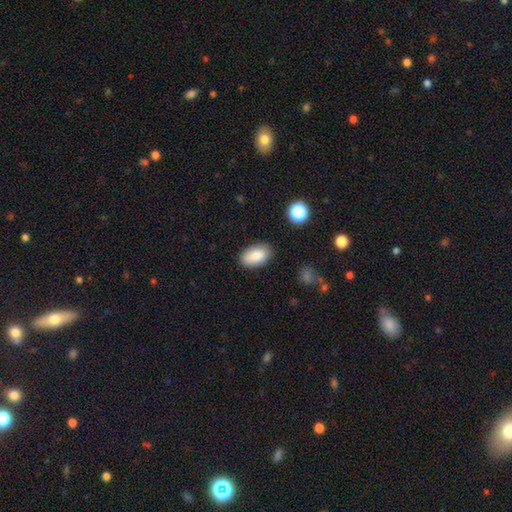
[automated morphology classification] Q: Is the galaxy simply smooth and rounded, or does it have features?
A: smooth — 88%.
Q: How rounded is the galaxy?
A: in between — 94%.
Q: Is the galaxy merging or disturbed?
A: none — 84%.